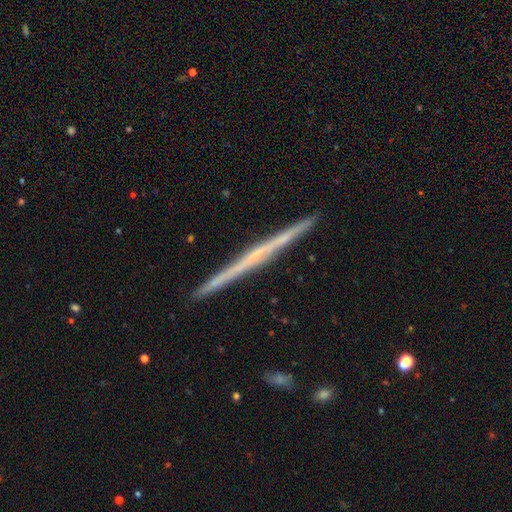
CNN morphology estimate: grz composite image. It shows a featured or disk galaxy (69%) viewed edge-on (98%) with no central bulge (84%). Merging: none (92%).